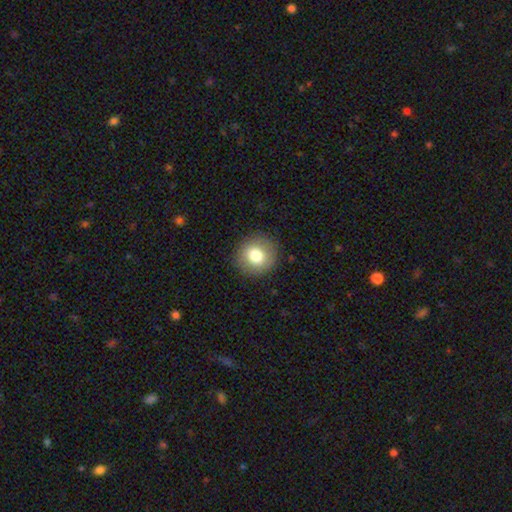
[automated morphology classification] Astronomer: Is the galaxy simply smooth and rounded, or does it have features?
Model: smooth — 80%.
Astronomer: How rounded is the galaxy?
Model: round — 90%.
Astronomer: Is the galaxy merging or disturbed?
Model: none — 89%.